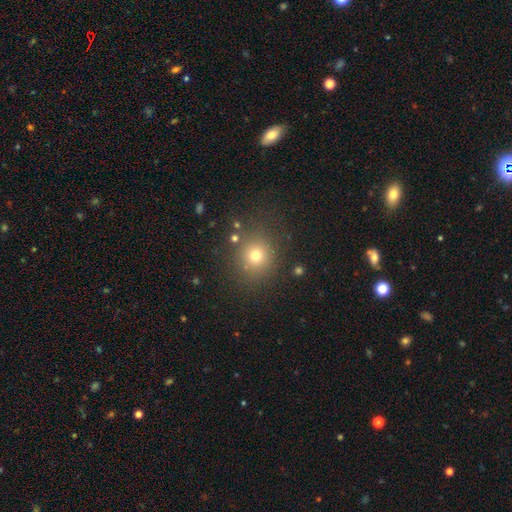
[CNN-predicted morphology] Overall: smooth (72%). How rounded: round (89%). Merging: none (83%).